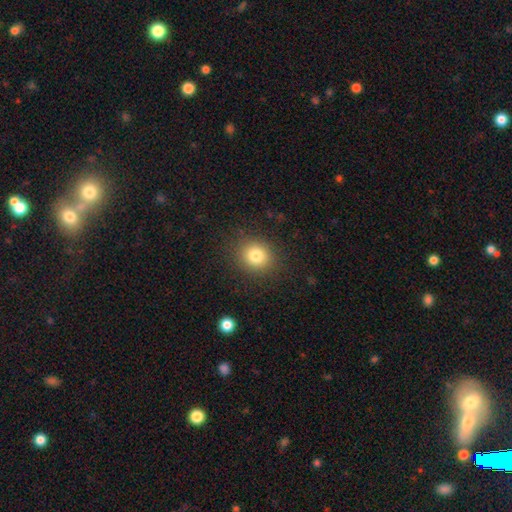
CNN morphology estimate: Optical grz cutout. It shows a smooth galaxy with no disk features (80%) that is round (79%). Merging: none (88%).